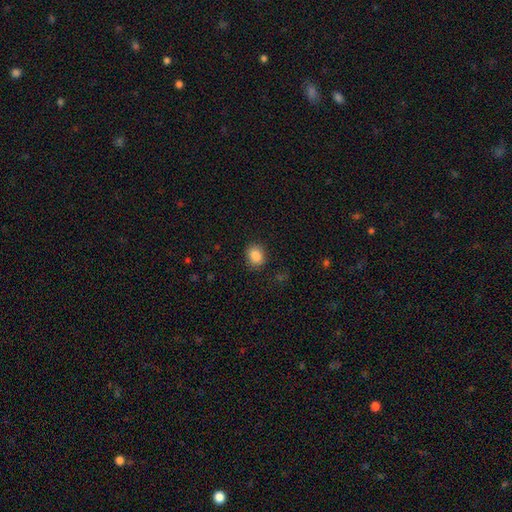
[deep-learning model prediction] Overall: smooth (87%). How rounded: in between (53%; round 46%). Merging: none (85%).